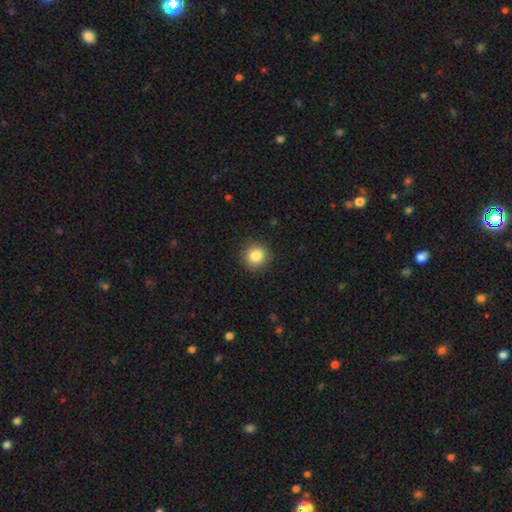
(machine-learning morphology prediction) Smooth or featured? Predicted: smooth (p=0.85). How rounded? Predicted: round (p=0.93). Merging? Predicted: none (p=0.91).